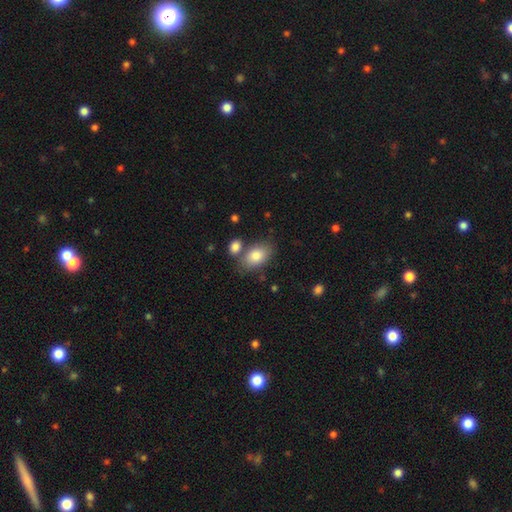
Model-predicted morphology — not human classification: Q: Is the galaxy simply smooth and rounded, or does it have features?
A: smooth — 83%.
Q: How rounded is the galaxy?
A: in between — 89%.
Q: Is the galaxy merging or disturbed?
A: none — 63%.